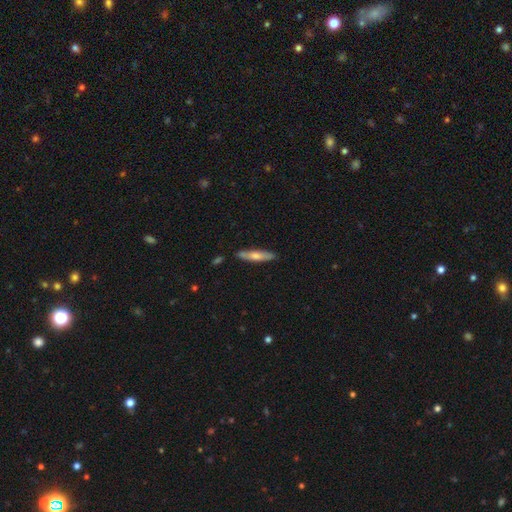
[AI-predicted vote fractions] Smooth or featured: smooth — 58% (featured or disk — 37%)
How rounded: cigar-shaped — 85% (in between — 14%)
Merging: none — 84% (minor disturbance — 12%)